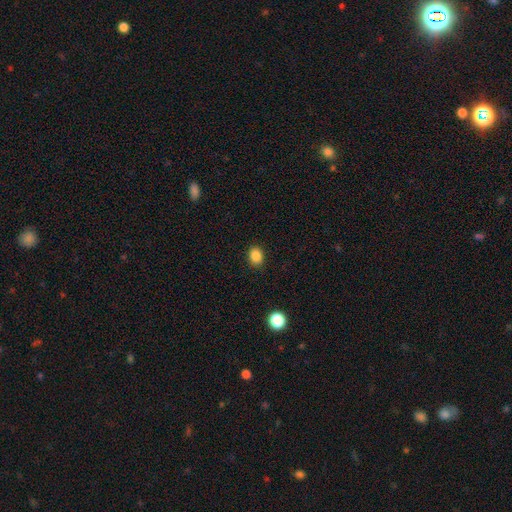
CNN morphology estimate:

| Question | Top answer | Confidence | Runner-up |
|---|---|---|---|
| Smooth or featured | smooth | 86% | star or artifact (11%) |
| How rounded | in between | 55% | round (44%) |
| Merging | none | 88% | minor disturbance (8%) |